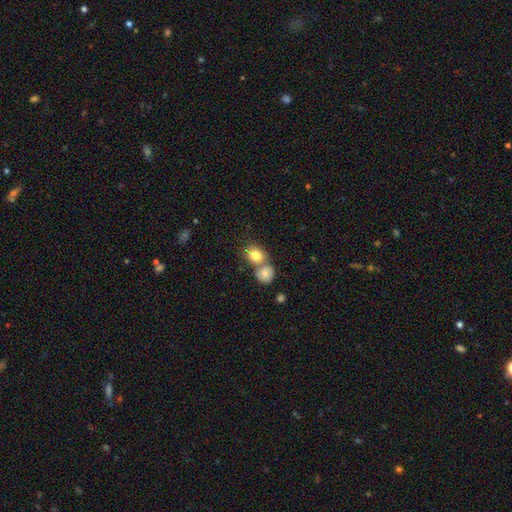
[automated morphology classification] smooth_or_featured: smooth (p=0.81) [alt: featured or disk p=0.10]
how_rounded: round (p=0.64) [alt: in between p=0.34]
merging: merger (p=0.48) [alt: none p=0.41]